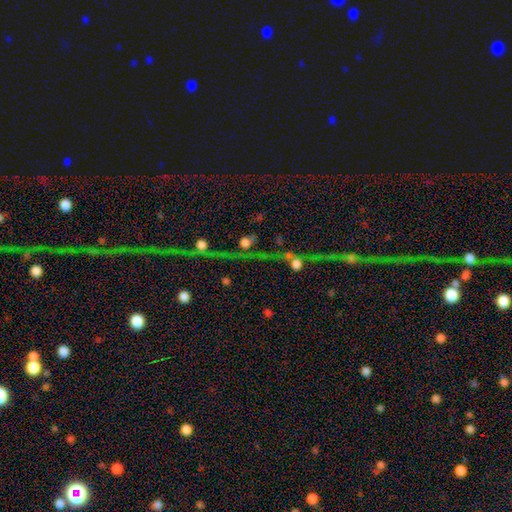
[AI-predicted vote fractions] Q: Smooth or featured?
A: star or artifact (81%); runner-up: smooth (11%)